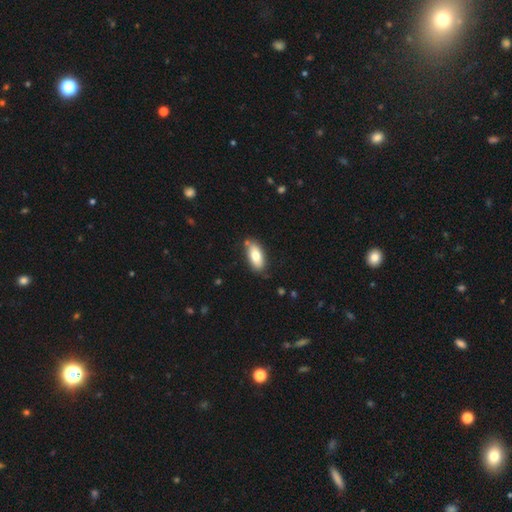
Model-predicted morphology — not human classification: Smooth or featured?
  - smooth: 76% *
  - featured or disk: 18%
  - star or artifact: 7%
How rounded?
  - in between: 89% *
  - cigar-shaped: 9%
  - round: 3%
Merging?
  - none: 80% *
  - minor disturbance: 14%
  - merger: 3%
  - major disturbance: 3%